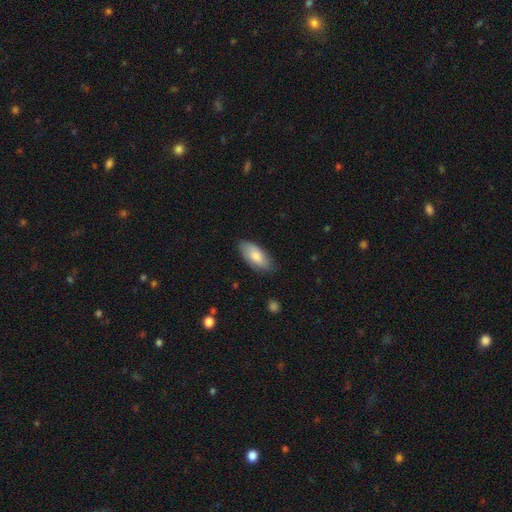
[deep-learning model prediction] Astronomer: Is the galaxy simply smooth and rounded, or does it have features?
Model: smooth — 79%.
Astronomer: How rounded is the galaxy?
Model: in between — 88%.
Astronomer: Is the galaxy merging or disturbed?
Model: none — 80%.